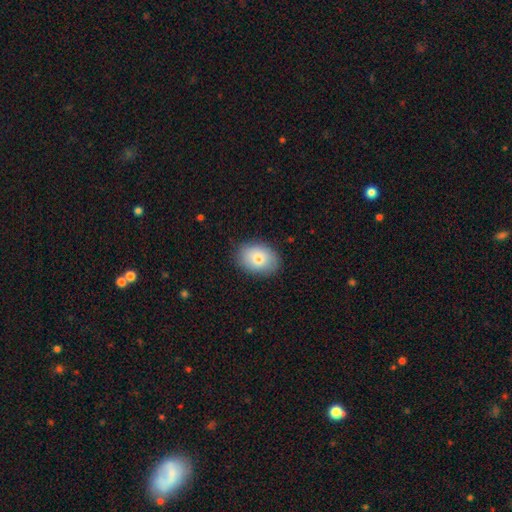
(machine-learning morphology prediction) Smooth or featured?
  - smooth: 76% *
  - featured or disk: 15%
  - star or artifact: 9%
How rounded?
  - in between: 70% *
  - round: 29%
  - cigar-shaped: 1%
Merging?
  - none: 85% *
  - minor disturbance: 11%
  - major disturbance: 3%
  - merger: 1%